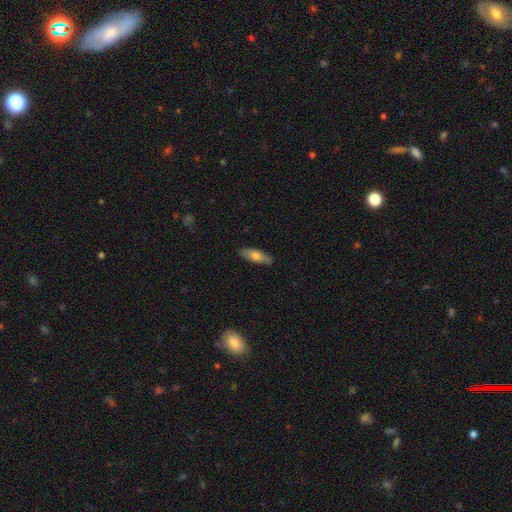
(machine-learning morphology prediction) type=smooth (67%); roundness=in between (55%); merging=none (85%).